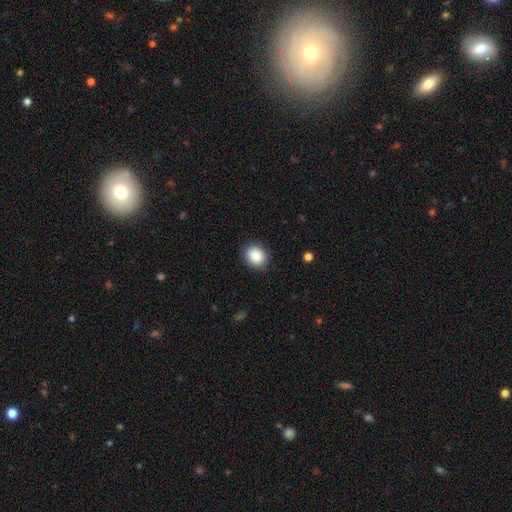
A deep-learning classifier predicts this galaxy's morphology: smooth 89%, star or artifact 8%, featured or disk 4%. Down the decision tree: how rounded — round (59%); merging — none (88%).